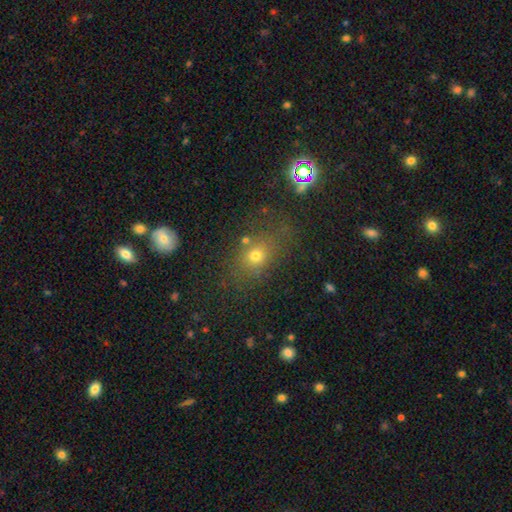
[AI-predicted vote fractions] Morphology: type=smooth (66%); roundness=in between (52%); merging=none (70%).